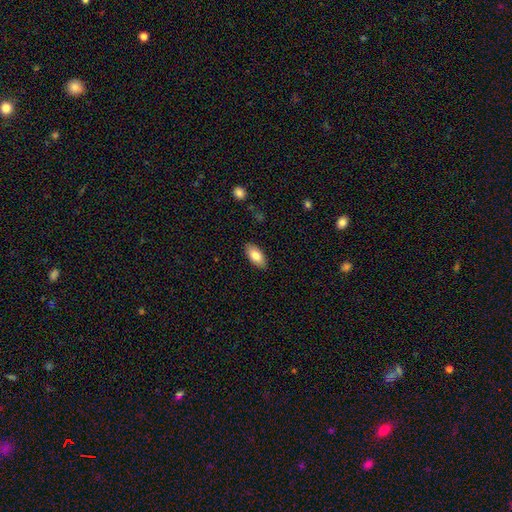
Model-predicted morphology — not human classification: A smooth galaxy with no disk features (82%) that is in between round and cigar-shaped (92%). Merging: none (88%).